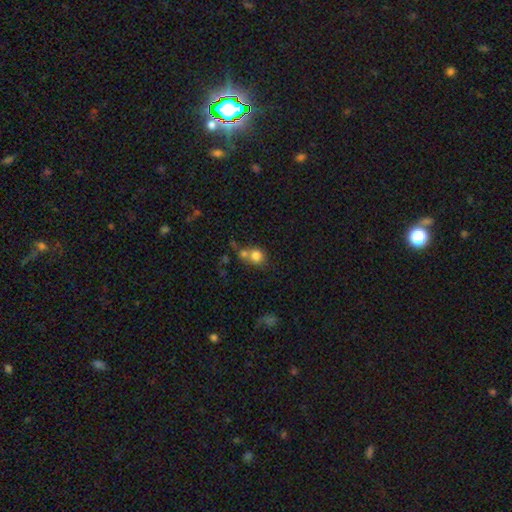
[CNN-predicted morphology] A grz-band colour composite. It shows a smooth galaxy with no disk features (78%) that is round (82%). Merging: merger (44%).